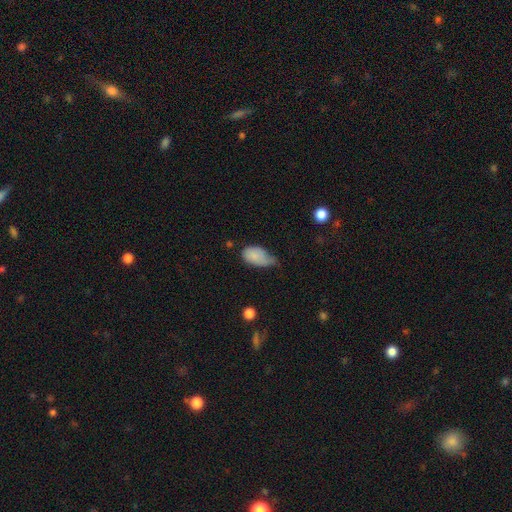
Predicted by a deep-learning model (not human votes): Morphology: type=smooth (82%); roundness=in between (91%); merging=minor disturbance (51%).